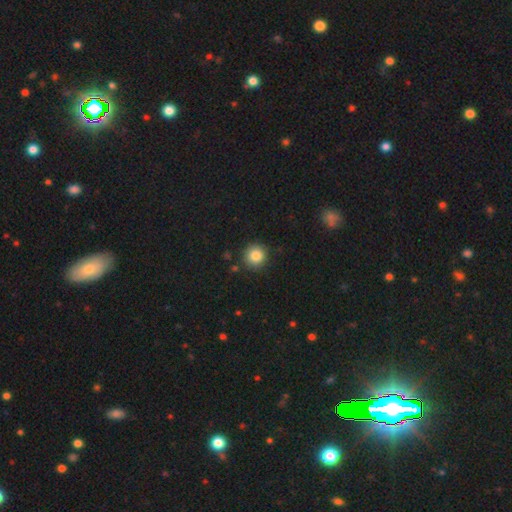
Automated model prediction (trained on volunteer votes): smooth_or_featured: smooth (p=0.83) [alt: star or artifact p=0.10]
how_rounded: round (p=0.94) [alt: in between p=0.05]
merging: none (p=0.88) [alt: minor disturbance p=0.08]